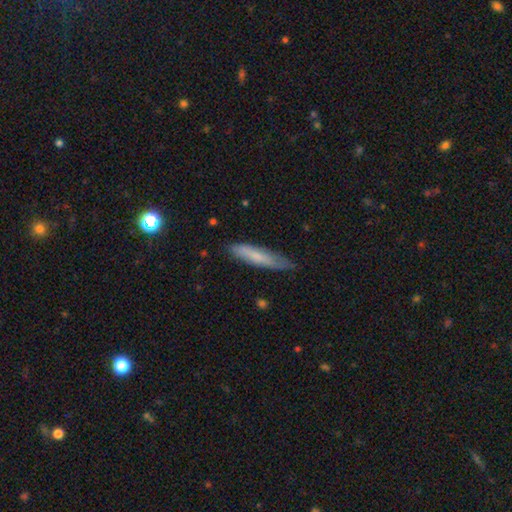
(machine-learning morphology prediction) This is likely a smooth galaxy (66%). How rounded: clearly cigar-shaped (85%). Merging: likely none (74%).